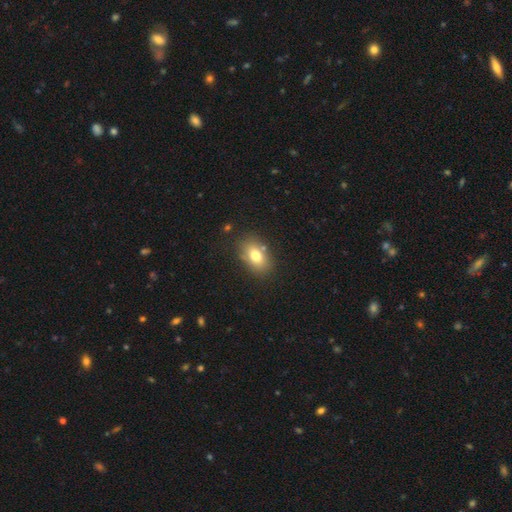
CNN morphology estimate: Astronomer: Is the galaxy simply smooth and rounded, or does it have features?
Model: smooth — 76%.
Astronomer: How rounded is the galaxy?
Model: in between — 83%.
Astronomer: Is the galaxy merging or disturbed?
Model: none — 79%.